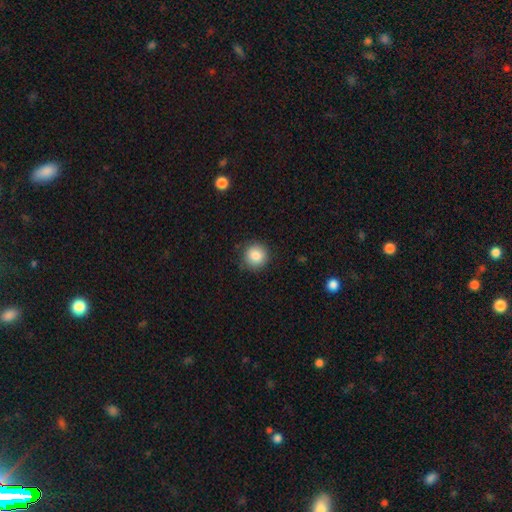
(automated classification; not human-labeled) Smooth or featured? smooth (85%)
How rounded? round (94%)
Merging? none (88%)